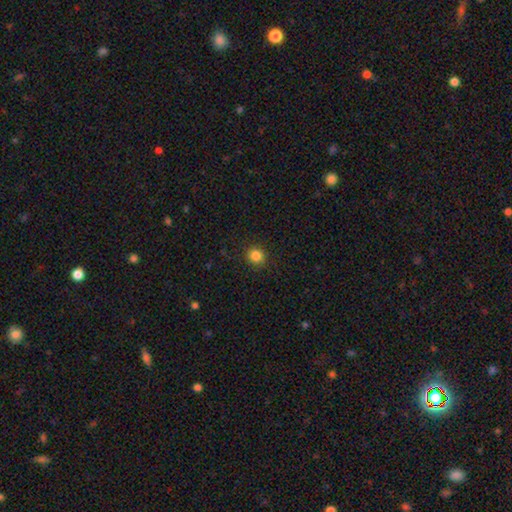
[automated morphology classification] Overall: smooth (84%). How rounded: round (91%). Merging: none (91%).